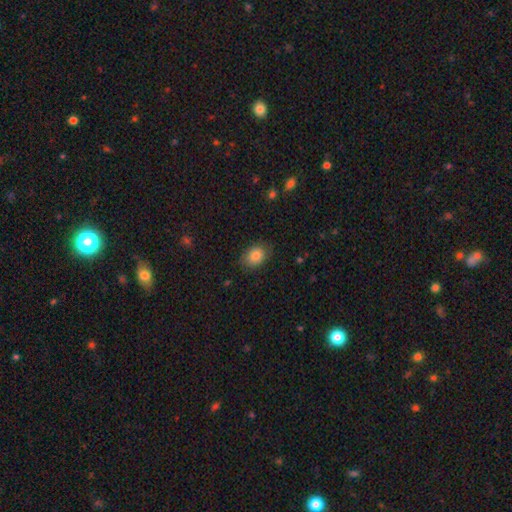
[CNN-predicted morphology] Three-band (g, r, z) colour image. It shows a smooth galaxy with no disk features (83%) that is in between round and cigar-shaped (69%). Merging: none (78%).